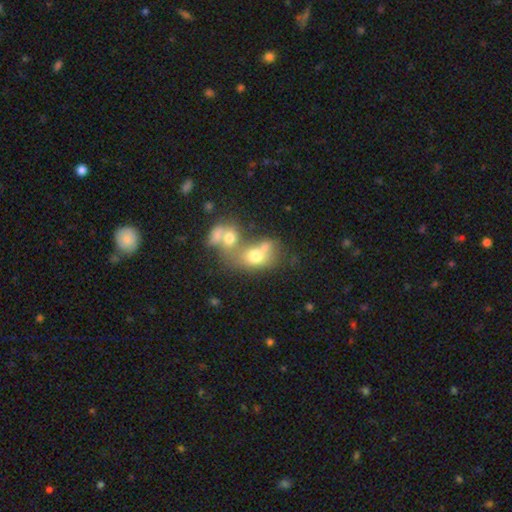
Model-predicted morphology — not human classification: Smooth or featured: smooth — 66% (featured or disk — 22%)
How rounded: in between — 60% (round — 39%)
Merging: merger — 63% (none — 21%)